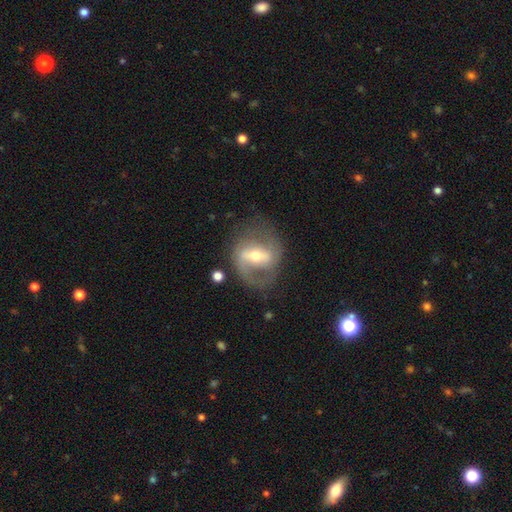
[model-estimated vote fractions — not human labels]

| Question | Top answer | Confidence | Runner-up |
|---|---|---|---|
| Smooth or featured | featured or disk | 80% | smooth (14%) |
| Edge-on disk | no | 95% | yes (5%) |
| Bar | strong | 50% | weak (35%) |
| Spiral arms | yes | 84% | no (16%) |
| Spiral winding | medium | 47% | loose (33%) |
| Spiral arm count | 2 | 73% | 1 (16%) |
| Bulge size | moderate | 59% | small (35%) |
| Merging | none | 64% | minor disturbance (18%) |